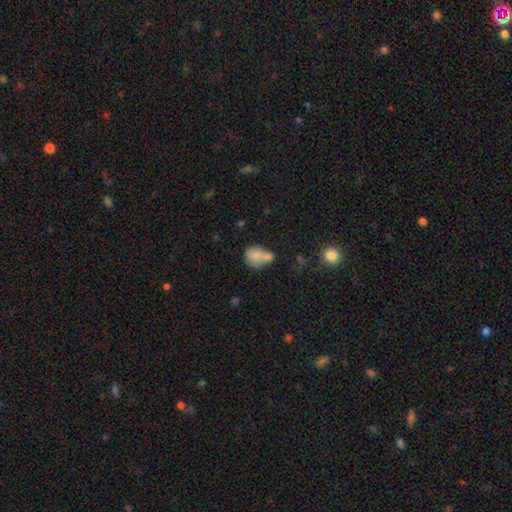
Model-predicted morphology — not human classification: smooth 73%, featured or disk 17%, star or artifact 9%. Down the decision tree: how rounded — in between (50%); merging — merger (50%).